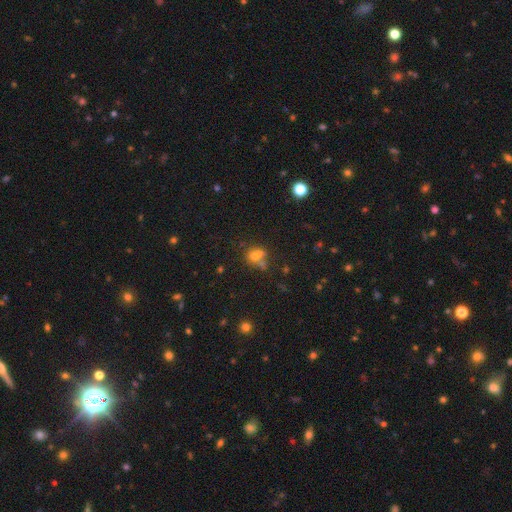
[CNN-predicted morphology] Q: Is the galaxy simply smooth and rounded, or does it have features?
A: smooth — 62%.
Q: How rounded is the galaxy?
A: round — 69%.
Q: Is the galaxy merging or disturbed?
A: merger — 44%.